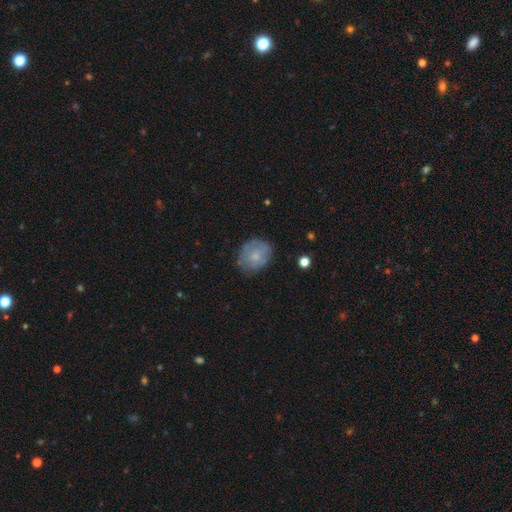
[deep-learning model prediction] Q: Smooth or featured?
A: smooth (62%); runner-up: featured or disk (30%)
Q: How rounded?
A: round (56%); runner-up: in between (43%)
Q: Merging?
A: none (70%); runner-up: minor disturbance (21%)